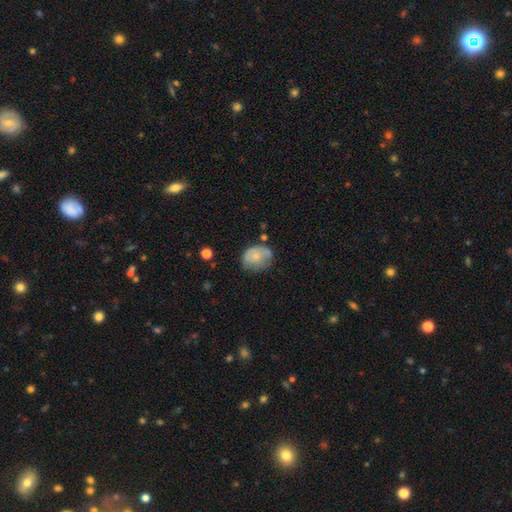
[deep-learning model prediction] Smooth or featured: smooth — 64% (featured or disk — 28%)
How rounded: round — 56% (in between — 43%)
Merging: none — 46% (minor disturbance — 34%)